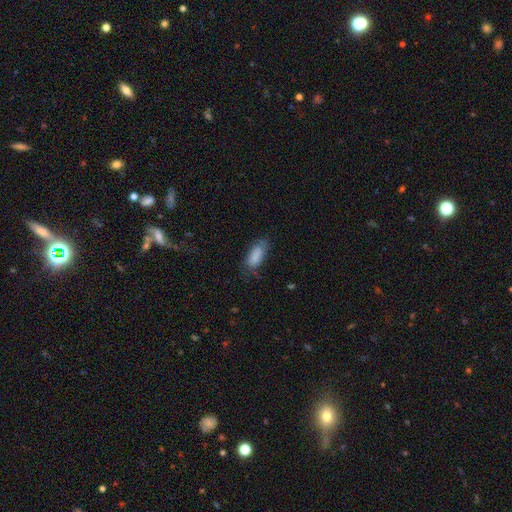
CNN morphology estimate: type=smooth (79%); roundness=in between (85%); merging=none (58%).